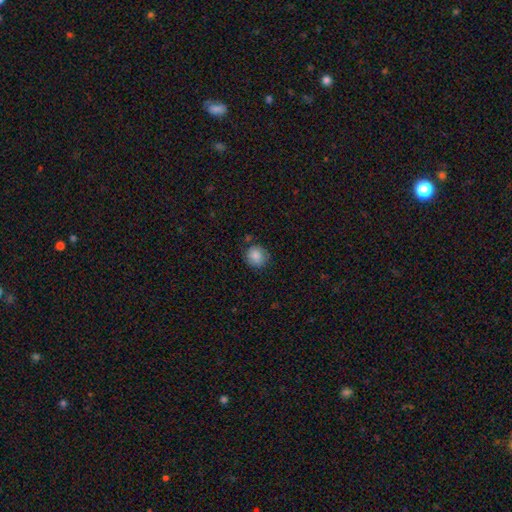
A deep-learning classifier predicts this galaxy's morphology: A smooth galaxy with no disk features (86%) that is round (89%).

Vote fractions:
- Smooth or featured? smooth: 86% / star or artifact: 8% / featured or disk: 6%
- How rounded? round: 89% / in between: 11% / cigar-shaped: 1%
- Merging? none: 80% / minor disturbance: 14% / major disturbance: 3% / merger: 3%